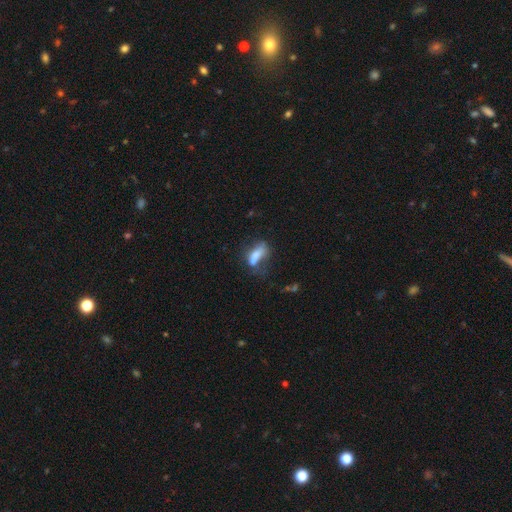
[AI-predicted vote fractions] The model was most divided on "merging": none: 31%, major disturbance: 29%, minor disturbance: 25%, merger: 16%. More confident: how rounded — in between (73%); smooth or featured — smooth (64%).